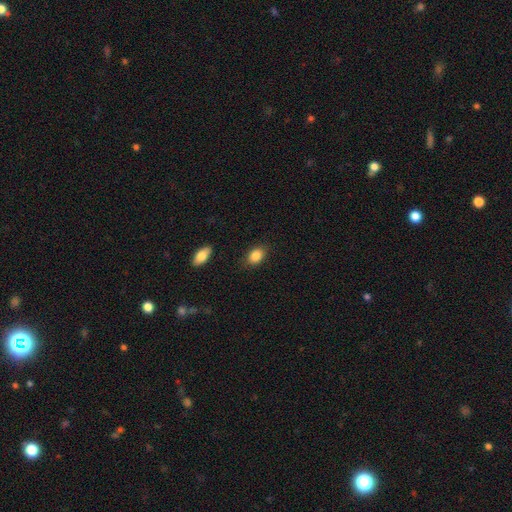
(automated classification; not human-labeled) The model was most divided on "how rounded": in between: 79%, round: 19%, cigar-shaped: 2%. More confident: smooth or featured — smooth (86%); merging — none (83%).